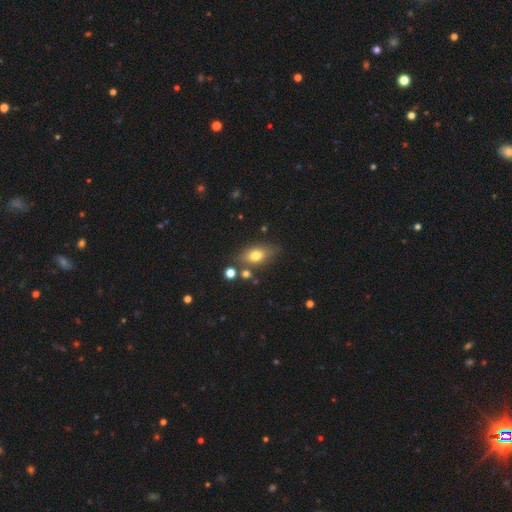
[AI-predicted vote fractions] Q: Smooth or featured?
A: smooth (73%); runner-up: featured or disk (16%)
Q: How rounded?
A: in between (78%); runner-up: round (16%)
Q: Merging?
A: none (71%); runner-up: minor disturbance (15%)